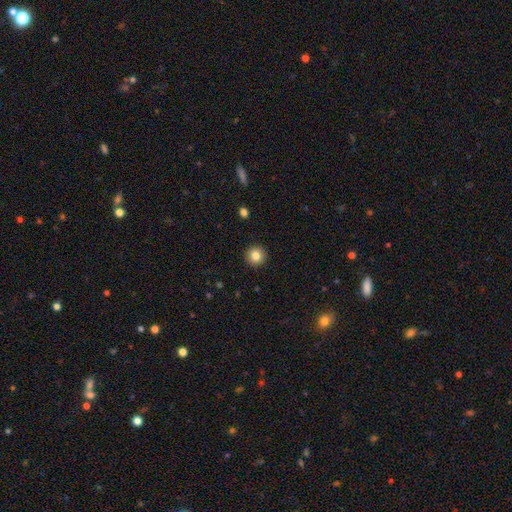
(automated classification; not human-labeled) This appears to be a smooth galaxy with no disk features (83%) that is round (95%). Merging: none (93%).